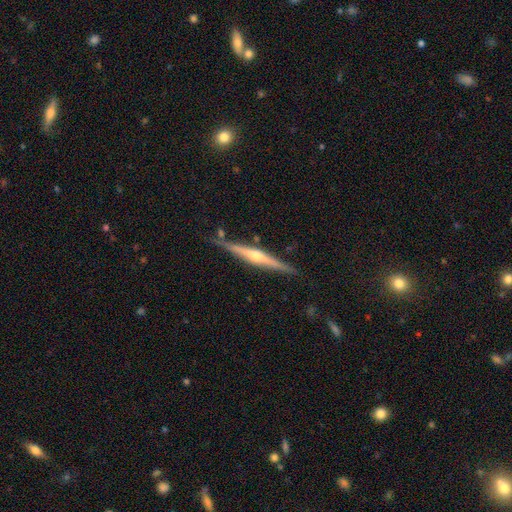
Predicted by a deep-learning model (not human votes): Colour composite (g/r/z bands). It shows a featured or disk galaxy (79%) viewed edge-on (98%) with a rounded central bulge (85%). Merging: none (86%).